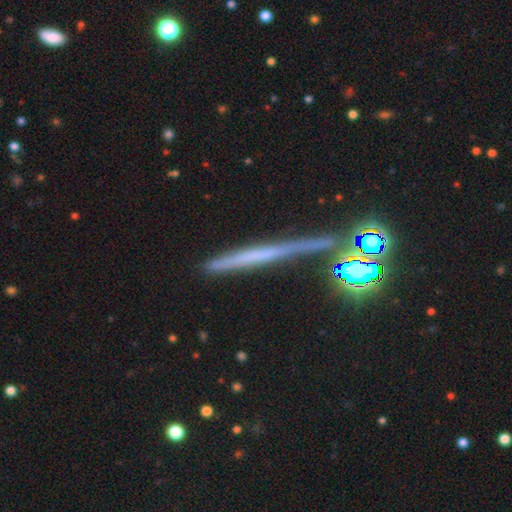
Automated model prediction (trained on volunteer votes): This appears to be a featured or disk galaxy (39%). Merging: none (76%).